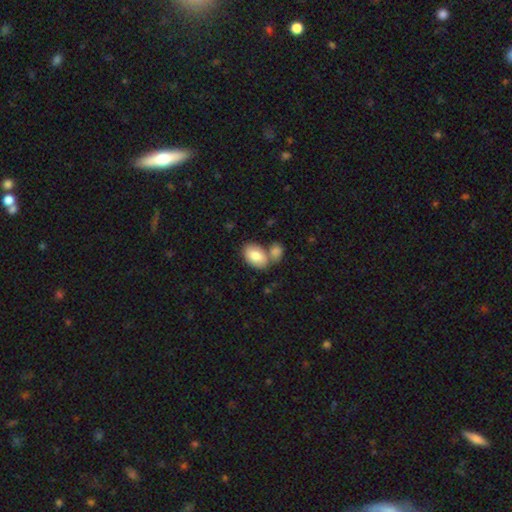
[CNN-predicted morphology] Overall: smooth (82%). How rounded: in between (91%). Merging: none (46%; merger 39%).